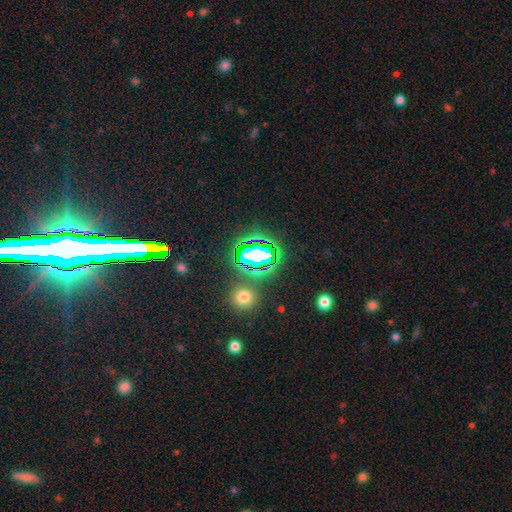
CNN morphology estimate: Q: Smooth or featured?
A: star or artifact (71%); runner-up: smooth (18%)